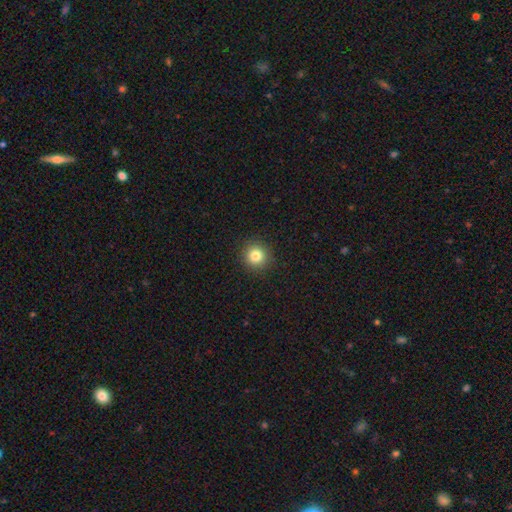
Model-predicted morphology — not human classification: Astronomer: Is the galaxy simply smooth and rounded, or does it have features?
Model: smooth — 83%.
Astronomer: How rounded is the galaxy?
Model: round — 94%.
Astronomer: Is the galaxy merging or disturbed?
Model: none — 92%.